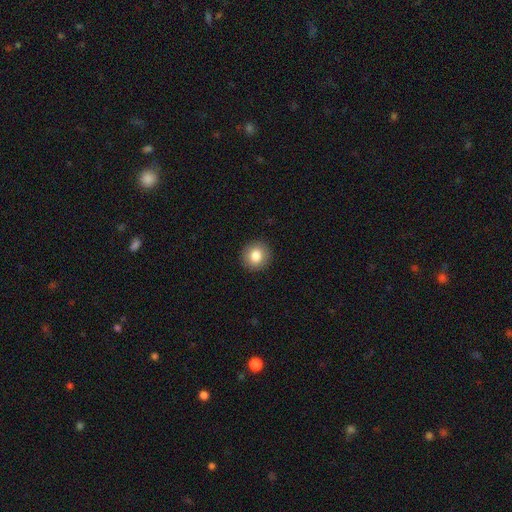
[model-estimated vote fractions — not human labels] Morphology: type=smooth (83%); roundness=round (91%); merging=none (92%).